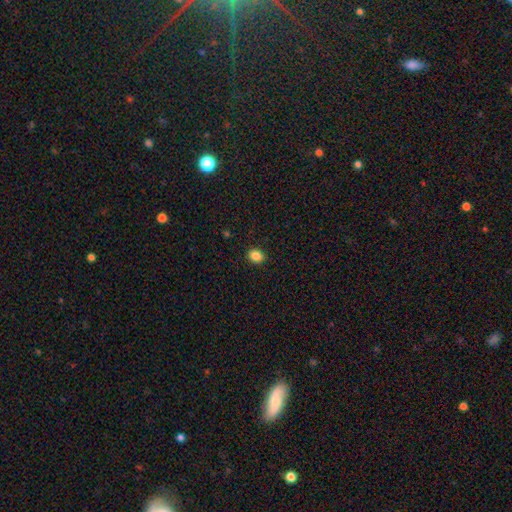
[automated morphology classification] Smooth or featured? smooth (85%)
How rounded? round (56%)
Merging? none (90%)